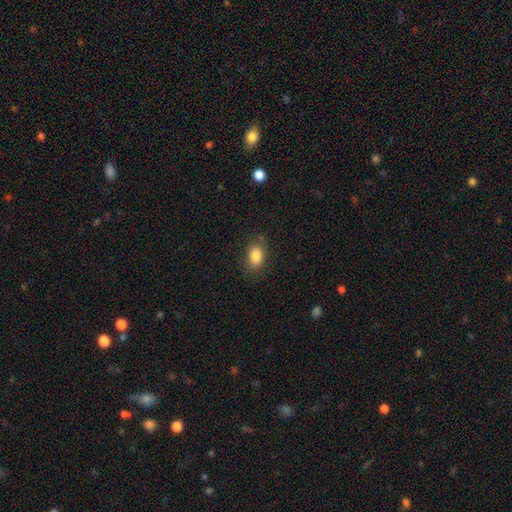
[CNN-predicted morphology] The model was most divided on "how rounded": in between: 79%, round: 20%, cigar-shaped: 1%. More confident: smooth or featured — smooth (86%); merging — none (82%).